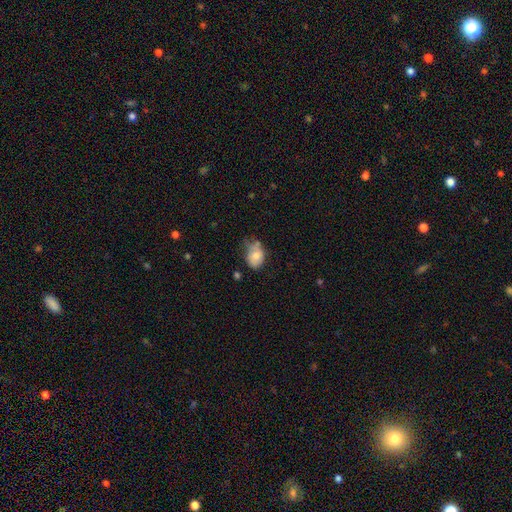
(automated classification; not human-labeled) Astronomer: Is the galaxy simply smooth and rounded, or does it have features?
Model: smooth — 71%.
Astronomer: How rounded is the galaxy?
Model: in between — 70%.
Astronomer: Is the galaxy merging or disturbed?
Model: none — 41% (runner-up: minor disturbance, 39%).